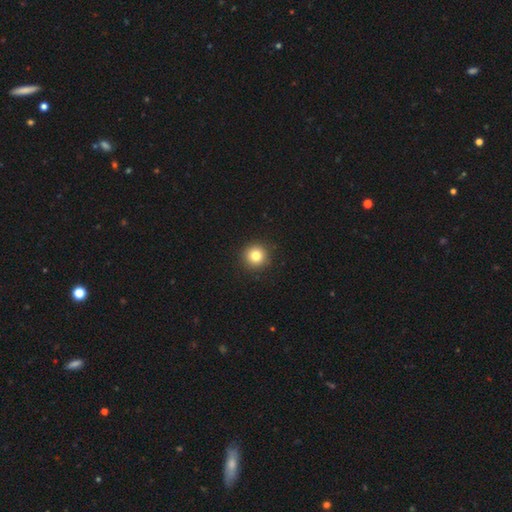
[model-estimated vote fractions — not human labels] smooth-or-featured: smooth: 81% | star or artifact: 11% | featured or disk: 7%
  how-rounded: round: 95% | in between: 4% | cigar-shaped: 1%
  merging: none: 93% | minor disturbance: 5% | major disturbance: 2% | merger: 1%